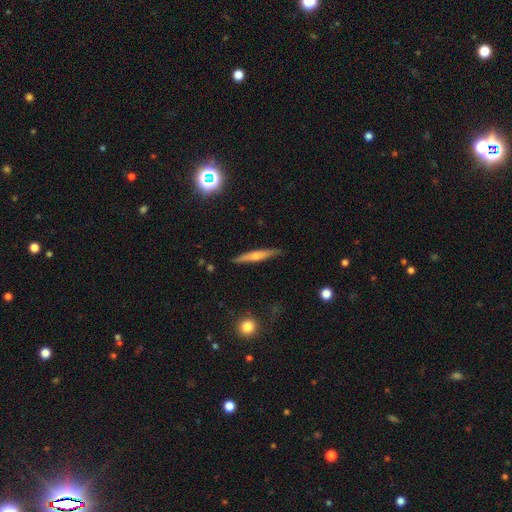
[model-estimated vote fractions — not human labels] A featured or disk galaxy (60%) viewed edge-on (96%) with a rounded central bulge (78%).

Vote fractions:
- Smooth or featured? featured or disk: 60% / smooth: 31% / star or artifact: 9%
- Edge-on disk? yes: 96% / no: 4%
- Edge-on bulge? rounded: 78% / none: 15% / boxy: 6%
- Merging? none: 89% / minor disturbance: 8% / major disturbance: 2% / merger: 1%